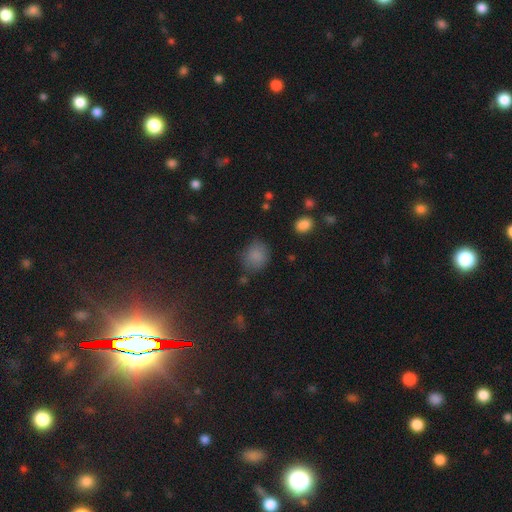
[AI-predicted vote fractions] smooth 83%, star or artifact 11%, featured or disk 6%. Down the decision tree: how rounded — round (68%); merging — none (73%).